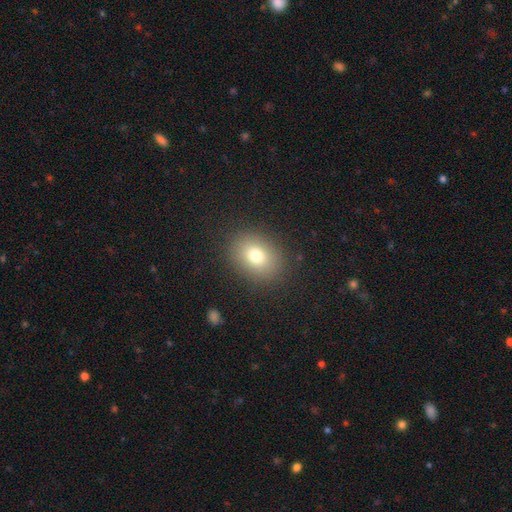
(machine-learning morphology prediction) Smooth or featured? Predicted: smooth (p=0.76). How rounded? Predicted: in between (p=0.58). Merging? Predicted: none (p=0.86).